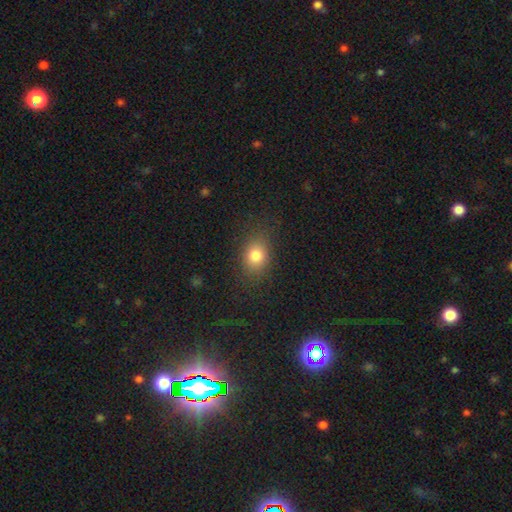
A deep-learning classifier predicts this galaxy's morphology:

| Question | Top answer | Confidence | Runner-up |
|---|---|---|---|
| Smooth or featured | smooth | 80% | star or artifact (12%) |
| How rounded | in between | 59% | round (40%) |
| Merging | none | 79% | minor disturbance (13%) |